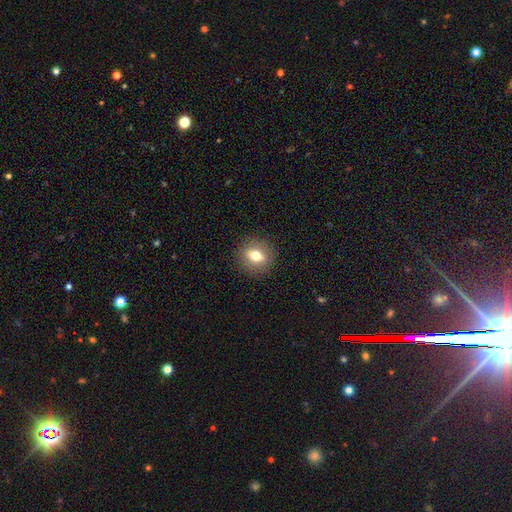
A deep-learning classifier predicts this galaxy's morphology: smooth-or-featured: smooth: 67% | featured or disk: 23% | star or artifact: 10%
  how-rounded: round: 68% | in between: 30% | cigar-shaped: 3%
  merging: none: 89% | minor disturbance: 7% | major disturbance: 3% | merger: 1%